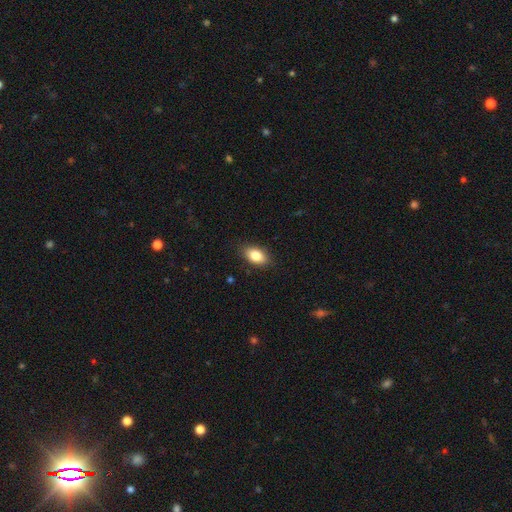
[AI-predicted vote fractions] The model was most divided on "smooth or featured": smooth: 84%, featured or disk: 8%, star or artifact: 8%. More confident: how rounded — in between (89%); merging — none (87%).